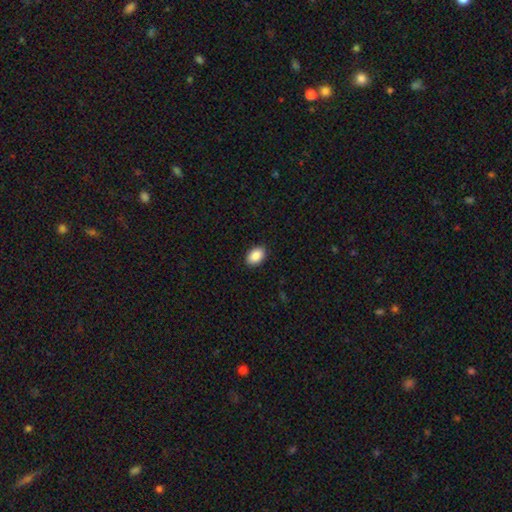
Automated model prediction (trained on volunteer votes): smooth-or-featured: smooth: 89% | star or artifact: 7% | featured or disk: 4%
  how-rounded: in between: 89% | round: 10% | cigar-shaped: 1%
  merging: none: 90% | minor disturbance: 7% | major disturbance: 2% | merger: 1%